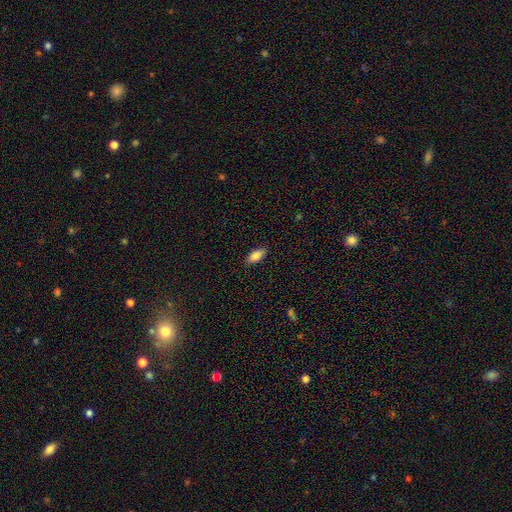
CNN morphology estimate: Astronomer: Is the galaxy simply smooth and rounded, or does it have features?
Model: smooth — 85%.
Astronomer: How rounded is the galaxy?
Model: in between — 88%.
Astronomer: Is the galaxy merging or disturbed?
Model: none — 87%.